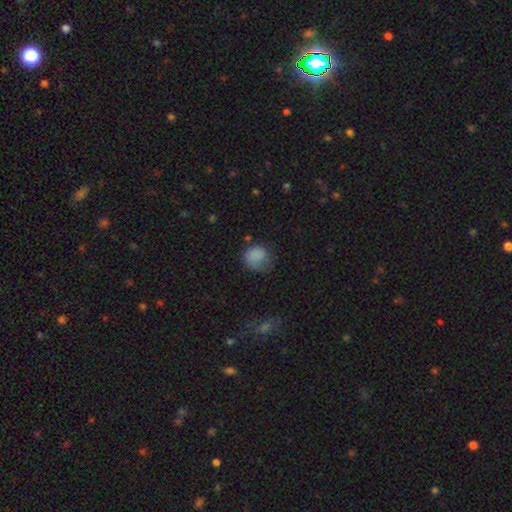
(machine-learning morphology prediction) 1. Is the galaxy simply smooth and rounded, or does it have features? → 81% smooth, 10% star or artifact, 10% featured or disk.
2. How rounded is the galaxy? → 72% round, 27% in between, 1% cigar-shaped.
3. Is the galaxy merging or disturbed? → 48% none, 31% minor disturbance, 19% major disturbance, 3% merger.